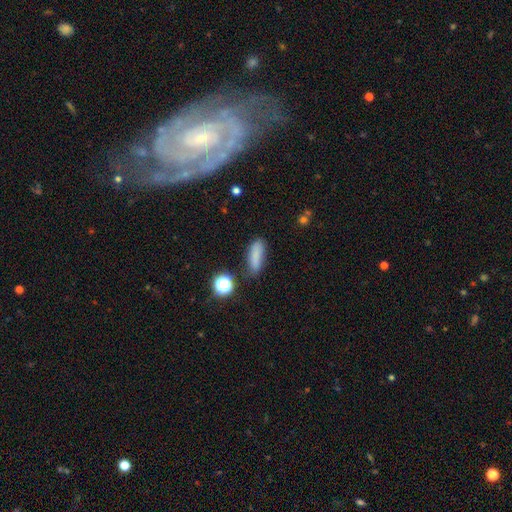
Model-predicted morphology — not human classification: A smooth galaxy with no disk features (80%) that is in between round and cigar-shaped (54%). Merging: none (74%).